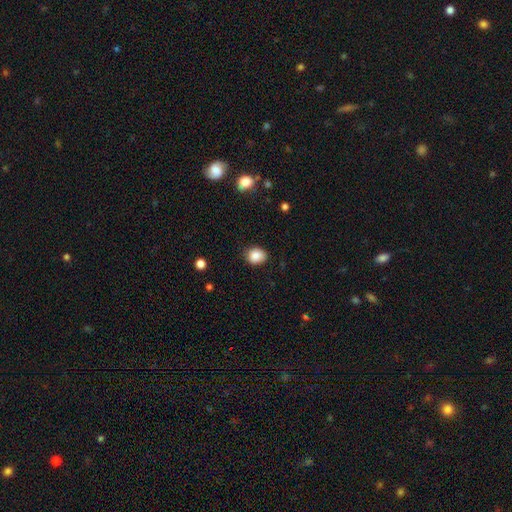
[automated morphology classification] Smooth or featured? smooth (86%)
How rounded? round (63%)
Merging? none (84%)